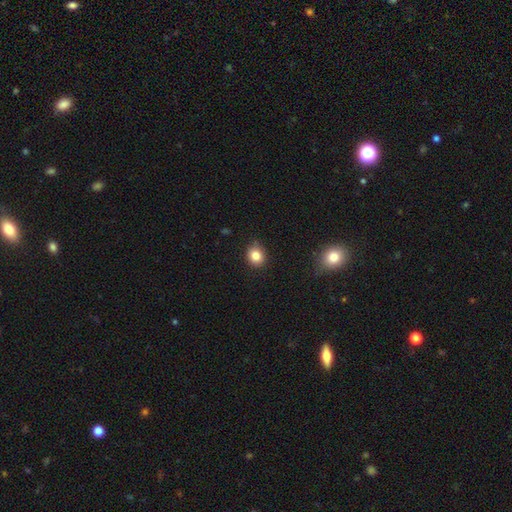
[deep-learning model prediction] The model was most divided on "how rounded": round: 73%, in between: 26%, cigar-shaped: 1%. More confident: merging — none (84%); smooth or featured — smooth (83%).